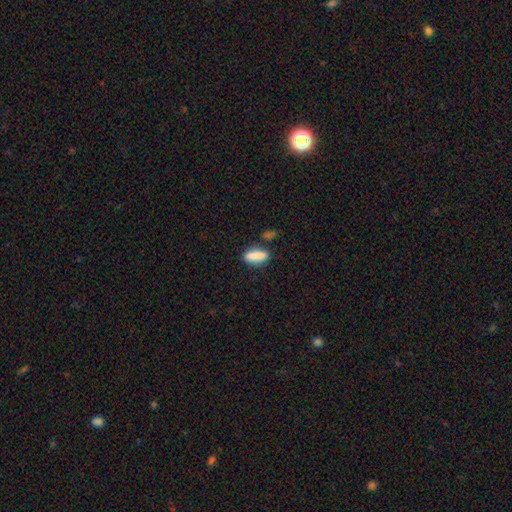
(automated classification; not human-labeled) Smooth or featured?
  - smooth: 85% *
  - featured or disk: 7%
  - star or artifact: 7%
How rounded?
  - in between: 65% *
  - cigar-shaped: 32%
  - round: 3%
Merging?
  - none: 71% *
  - minor disturbance: 16%
  - merger: 9%
  - major disturbance: 4%